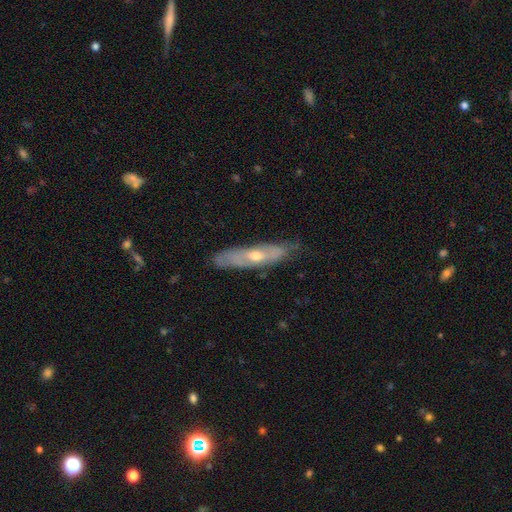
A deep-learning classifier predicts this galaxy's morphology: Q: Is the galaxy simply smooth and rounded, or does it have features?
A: featured or disk — 60%.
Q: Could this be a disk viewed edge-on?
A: yes — 65%.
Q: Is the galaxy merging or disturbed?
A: none — 82%.